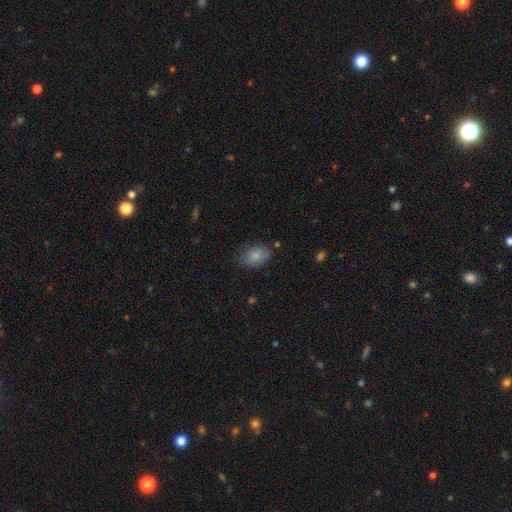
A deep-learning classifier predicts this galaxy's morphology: Overall: smooth (79%). How rounded: in between (78%). Merging: none (68%).